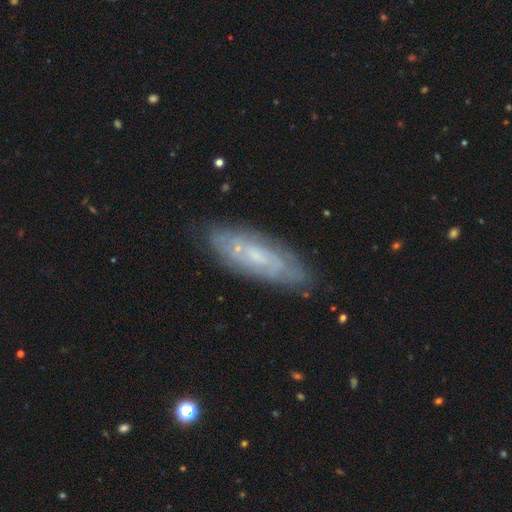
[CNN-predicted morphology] A featured or disk galaxy (67%) with no bar (59%), spiral arms (77%) and a small central bulge (53%).

Vote fractions:
- Smooth or featured? featured or disk: 67% / smooth: 25% / star or artifact: 7%
- Edge-on disk? no: 82% / yes: 18%
- Bar? no: 59% / weak: 34% / strong: 7%
- Spiral arms? yes: 77% / no: 23%
- Bulge size? small: 53% / moderate: 23% / none: 20% / large: 2% / dominant: 1%
- Merging? none: 78% / minor disturbance: 16% / major disturbance: 4% / merger: 2%